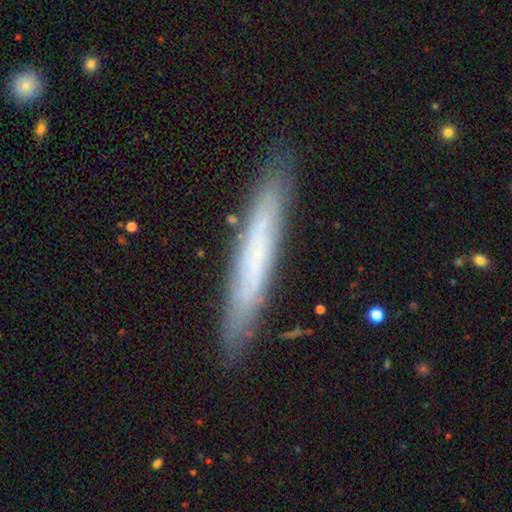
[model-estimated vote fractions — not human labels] This is possibly a featured or disk galaxy (46%, tied with smooth). Merging: clearly none (87%).